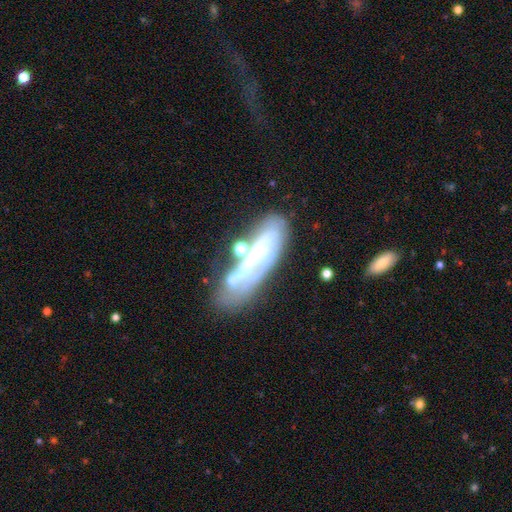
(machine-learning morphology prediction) This is possibly a featured or disk galaxy (60%). It is likely not viewed edge-on (65%). Merging: marginally none (44%).